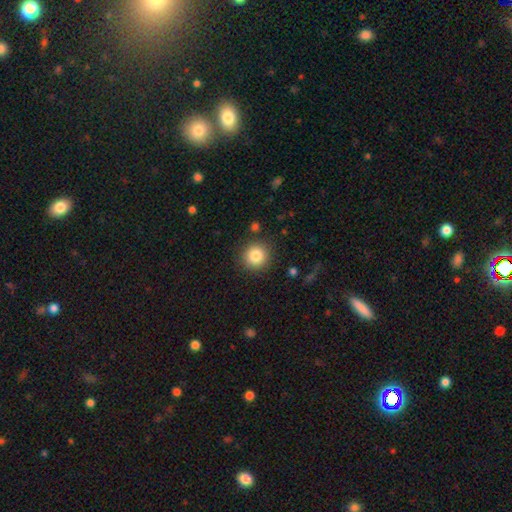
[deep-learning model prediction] smooth_or_featured: smooth (p=0.84) [alt: star or artifact p=0.10]
how_rounded: round (p=0.93) [alt: in between p=0.06]
merging: none (p=0.89) [alt: minor disturbance p=0.07]